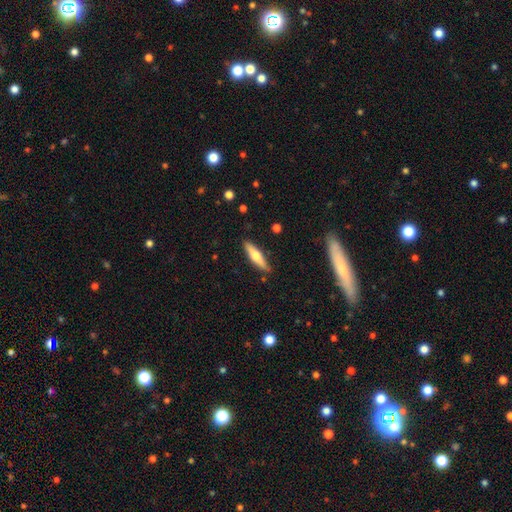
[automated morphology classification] smooth-or-featured: smooth: 52% | featured or disk: 42% | star or artifact: 6%
  how-rounded: cigar-shaped: 76% | in between: 22% | round: 2%
  merging: none: 86% | minor disturbance: 10% | major disturbance: 2% | merger: 2%